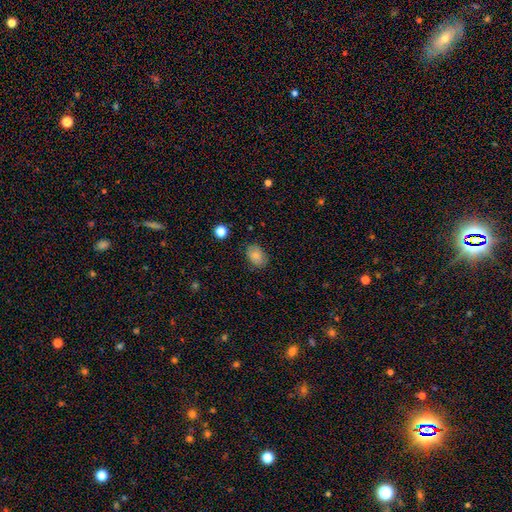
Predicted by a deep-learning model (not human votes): Morphology: type=smooth (80%); roundness=in between (78%); merging=none (79%).